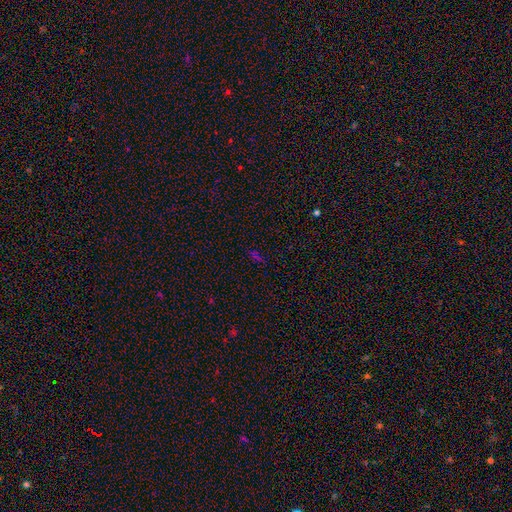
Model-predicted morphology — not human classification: Smooth or featured?
  - star or artifact: 55% *
  - smooth: 33%
  - featured or disk: 11%